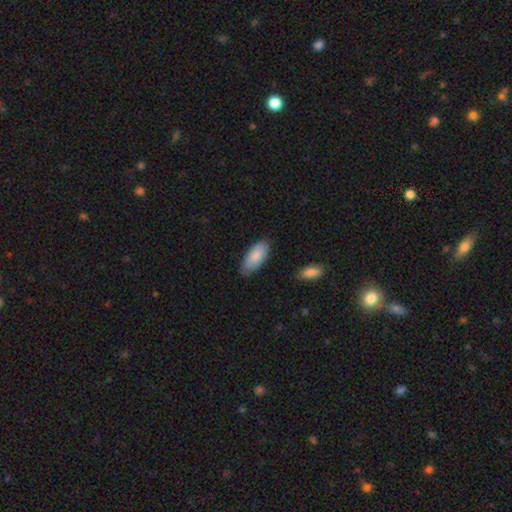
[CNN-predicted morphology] Smooth or featured? Predicted: smooth (p=0.84). How rounded? Predicted: in between (p=0.89). Merging? Predicted: none (p=0.76).